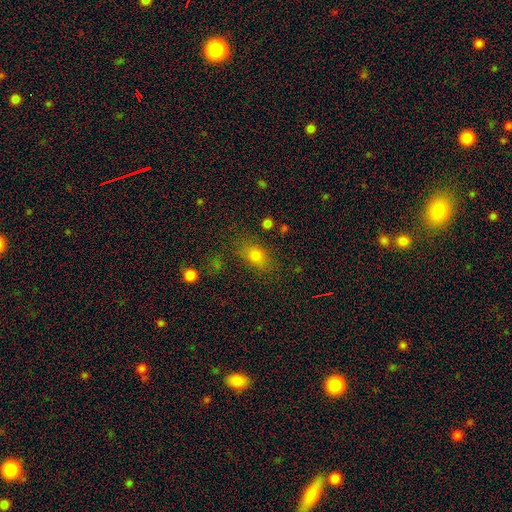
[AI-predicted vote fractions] smooth_or_featured: smooth (p=0.77) [alt: star or artifact p=0.13]
how_rounded: in between (p=0.70) [alt: round p=0.26]
merging: none (p=0.71) [alt: minor disturbance p=0.16]